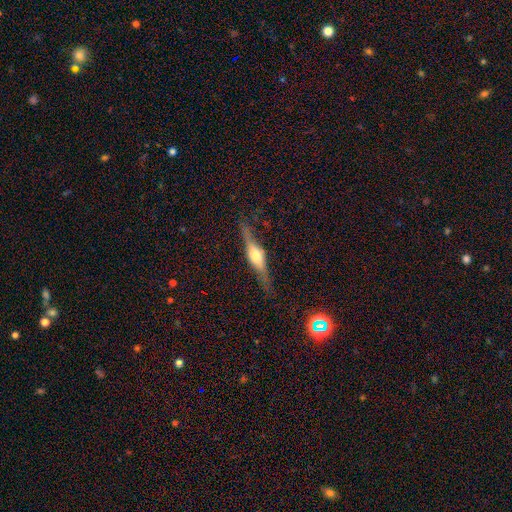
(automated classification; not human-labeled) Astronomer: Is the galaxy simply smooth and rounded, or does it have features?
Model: featured or disk — 69%.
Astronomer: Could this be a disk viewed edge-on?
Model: yes — 93%.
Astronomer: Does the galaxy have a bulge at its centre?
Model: rounded — 85%.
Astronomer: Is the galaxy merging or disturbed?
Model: none — 79%.